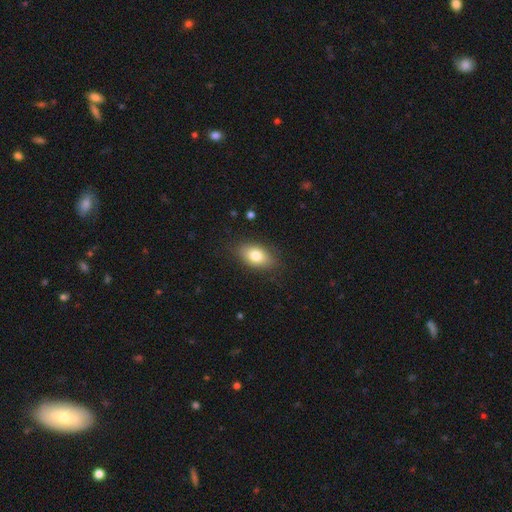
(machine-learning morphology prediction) Smooth or featured: smooth — 79% (featured or disk — 13%)
How rounded: in between — 89% (round — 8%)
Merging: none — 83% (minor disturbance — 12%)